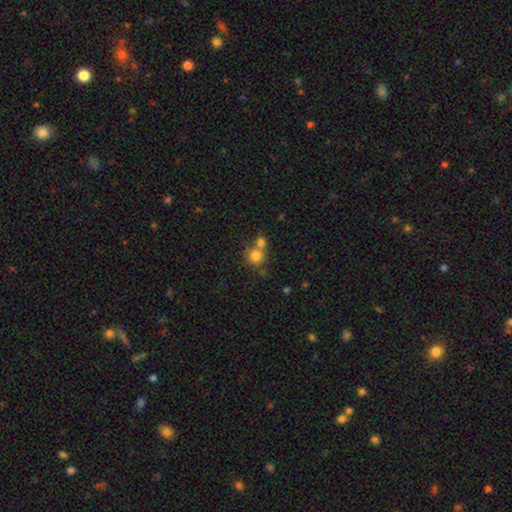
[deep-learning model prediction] Smooth or featured: smooth — 79% (star or artifact — 12%)
How rounded: round — 88% (in between — 11%)
Merging: none — 48% (merger — 41%)